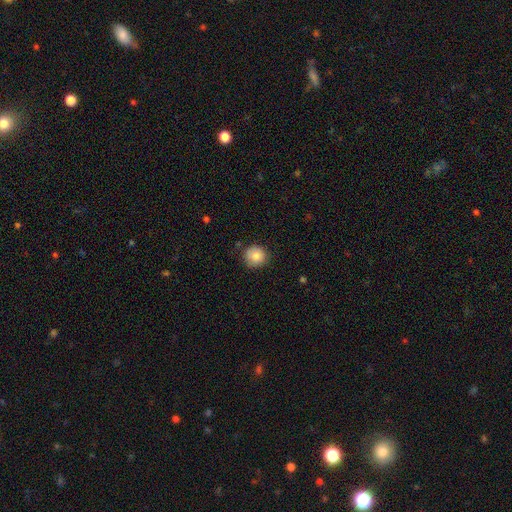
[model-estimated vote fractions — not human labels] Smooth or featured? smooth (84%)
How rounded? round (90%)
Merging? none (82%)